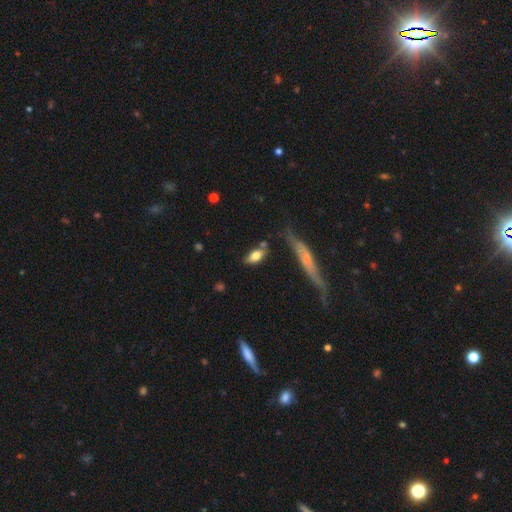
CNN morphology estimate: Smooth or featured?
  - smooth: 72% *
  - featured or disk: 21%
  - star or artifact: 7%
How rounded?
  - in between: 81% *
  - cigar-shaped: 15%
  - round: 4%
Merging?
  - none: 66% *
  - minor disturbance: 19%
  - merger: 9%
  - major disturbance: 6%